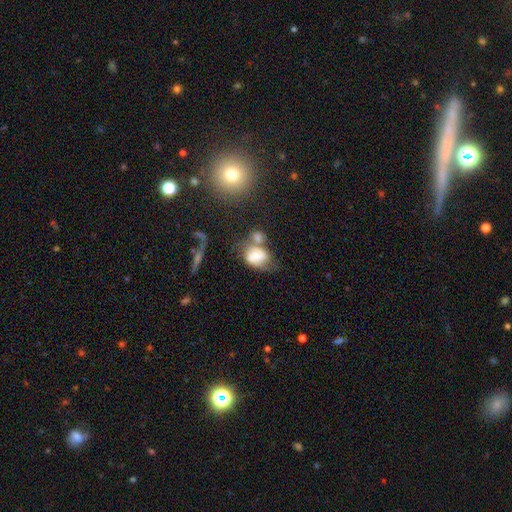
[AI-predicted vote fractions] smooth_or_featured: smooth (p=0.58) [alt: featured or disk p=0.32]
how_rounded: in between (p=0.67) [alt: round p=0.31]
merging: merger (p=0.41) [alt: none p=0.25]